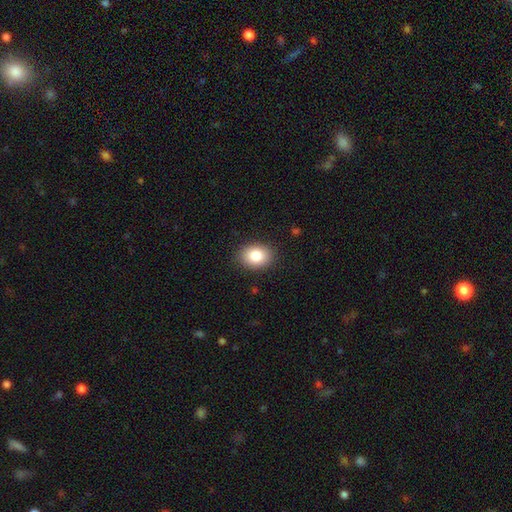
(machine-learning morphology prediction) The model was most divided on "how rounded": in between: 66%, round: 33%, cigar-shaped: 1%. More confident: merging — none (88%); smooth or featured — smooth (84%).